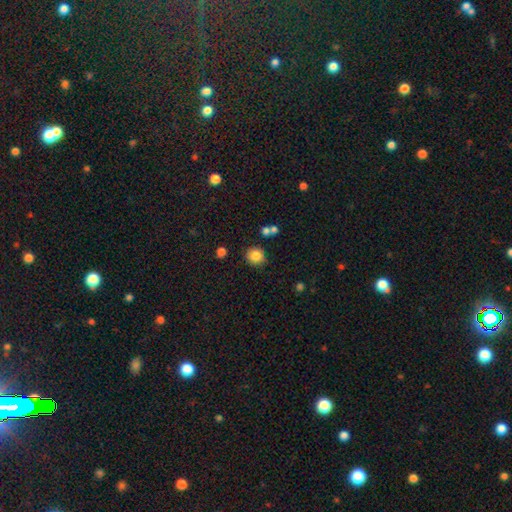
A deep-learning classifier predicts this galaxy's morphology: Smooth or featured? Predicted: smooth (p=0.84). How rounded? Predicted: round (p=0.88). Merging? Predicted: none (p=0.82).